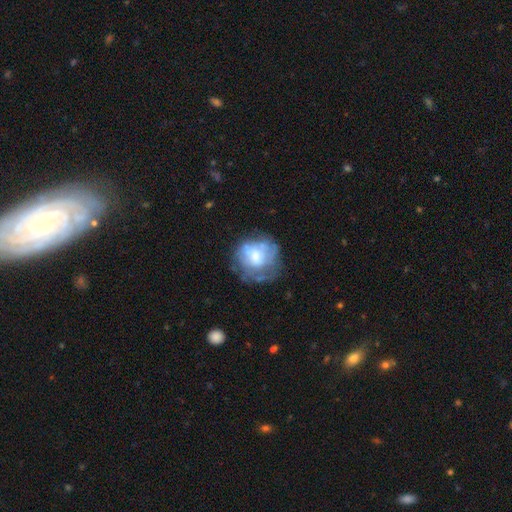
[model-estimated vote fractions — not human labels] This appears to be a featured or disk galaxy (52%) with no bar (76%), no spiral arms (61%) and a moderate central bulge (49%). Merging: none (50%).